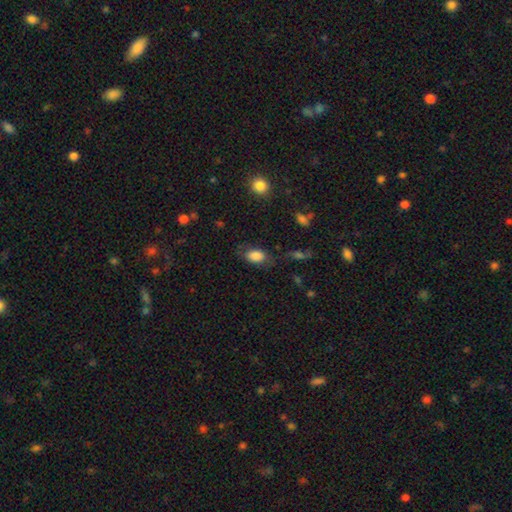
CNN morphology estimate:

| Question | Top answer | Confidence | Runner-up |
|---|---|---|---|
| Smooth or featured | smooth | 83% | featured or disk (9%) |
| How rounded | in between | 87% | round (11%) |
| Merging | none | 64% | minor disturbance (23%) |